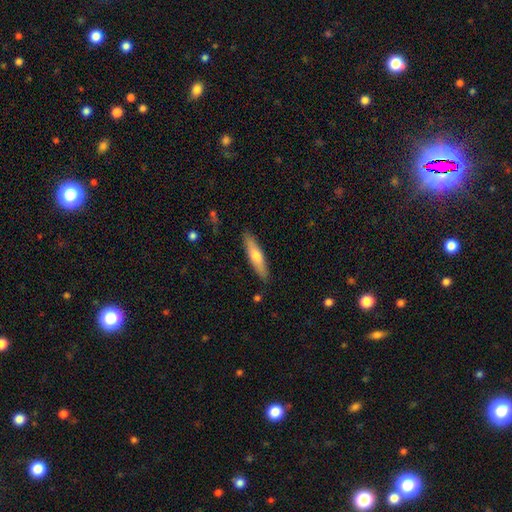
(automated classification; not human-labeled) Smooth or featured? smooth (56%)
How rounded? cigar-shaped (81%)
Merging? none (89%)